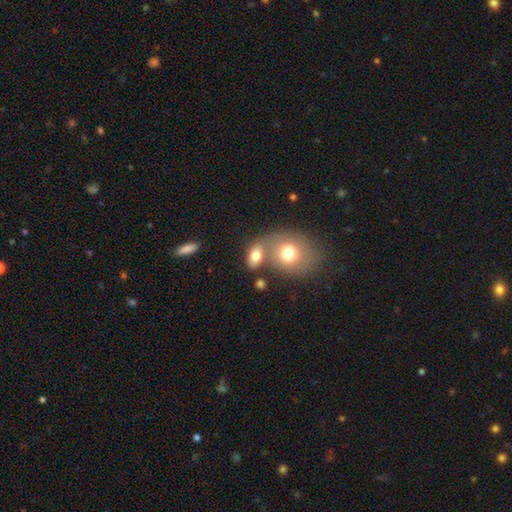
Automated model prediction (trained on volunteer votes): Q: Smooth or featured?
A: smooth (76%); runner-up: featured or disk (15%)
Q: How rounded?
A: in between (76%); runner-up: round (21%)
Q: Merging?
A: merger (44%); runner-up: none (39%)